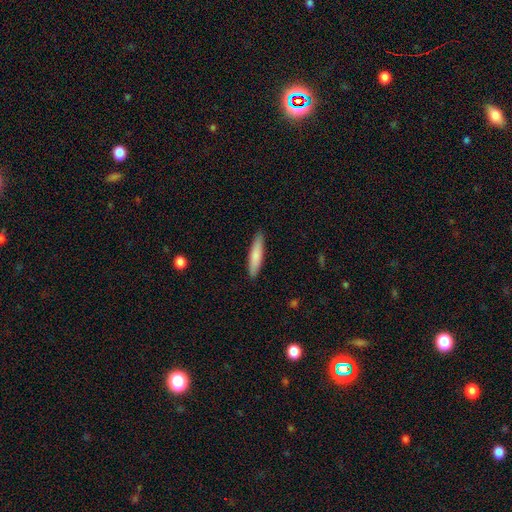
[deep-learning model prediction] smooth-or-featured: smooth: 79% | featured or disk: 15% | star or artifact: 5%
  how-rounded: cigar-shaped: 85% | in between: 13% | round: 1%
  merging: none: 90% | minor disturbance: 8% | major disturbance: 2% | merger: 1%